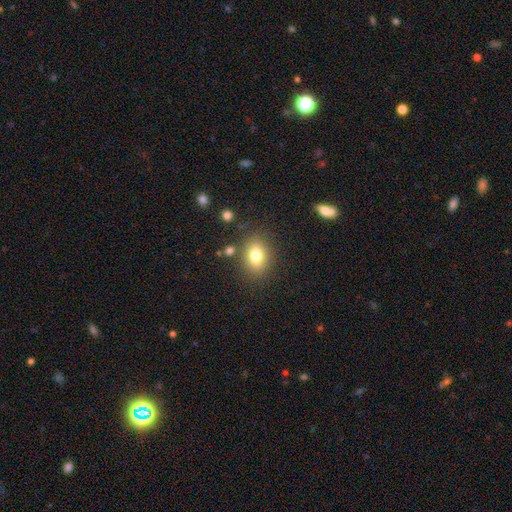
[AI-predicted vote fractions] This appears to be a smooth galaxy with no disk features (78%) that is in between round and cigar-shaped (65%). Merging: none (80%).